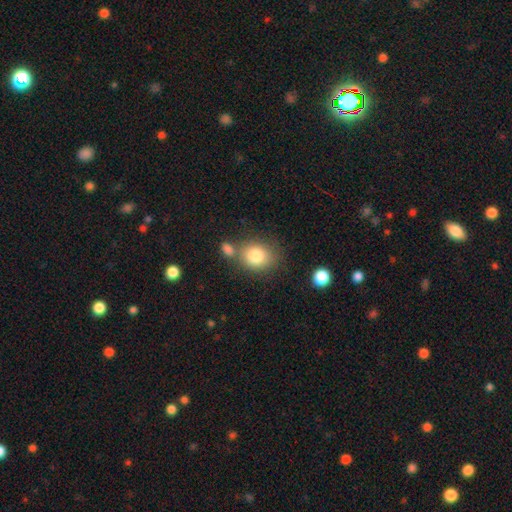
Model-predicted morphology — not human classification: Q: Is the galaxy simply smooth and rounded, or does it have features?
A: smooth — 82%.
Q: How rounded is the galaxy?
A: round — 64%.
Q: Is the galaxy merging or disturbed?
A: none — 61%.